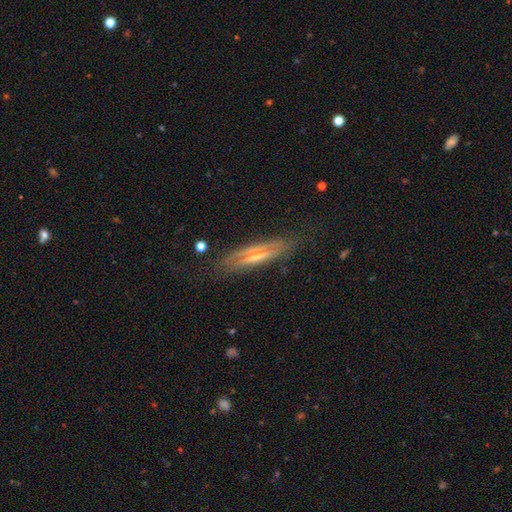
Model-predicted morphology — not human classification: Smooth or featured?
  - featured or disk: 60% *
  - smooth: 29%
  - star or artifact: 10%
Edge-on disk?
  - yes: 83% *
  - no: 17%
Edge-on bulge?
  - rounded: 68% *
  - none: 22%
  - boxy: 10%
Merging?
  - none: 79% *
  - minor disturbance: 15%
  - major disturbance: 5%
  - merger: 2%